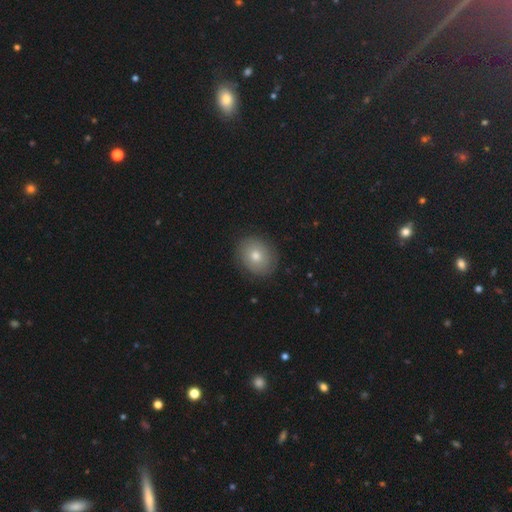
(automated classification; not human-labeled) Smooth or featured? Predicted: smooth (p=0.74). How rounded? Predicted: round (p=0.57). Merging? Predicted: none (p=0.85).